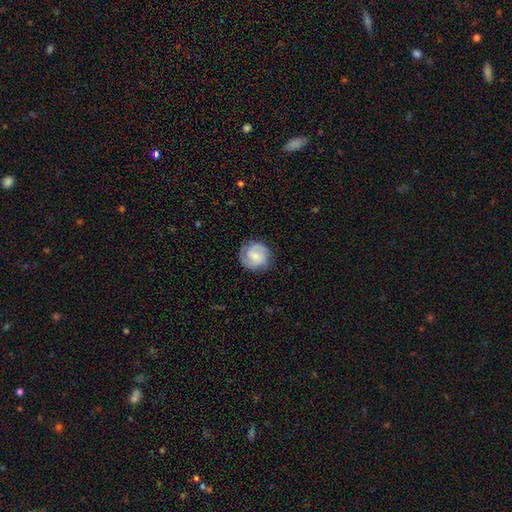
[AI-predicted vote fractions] Smooth or featured? featured or disk (49%)
Merging? none (79%)